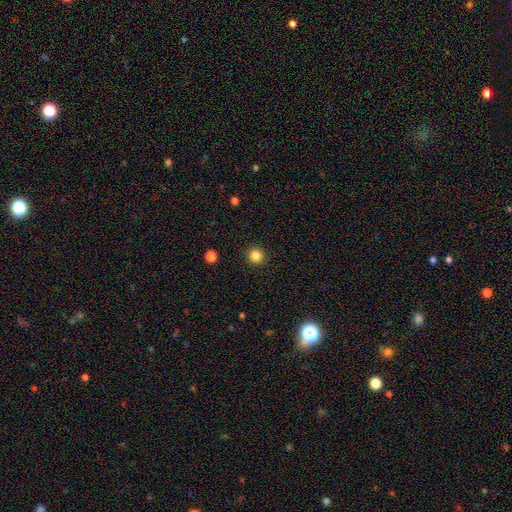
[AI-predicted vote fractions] This appears to be a smooth galaxy with no disk features (85%) that is round (95%). Merging: none (92%).